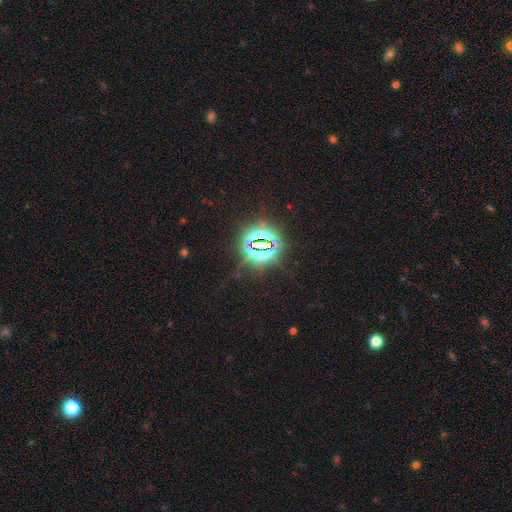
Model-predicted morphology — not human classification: smooth-or-featured: star or artifact: 82% | smooth: 11% | featured or disk: 8%